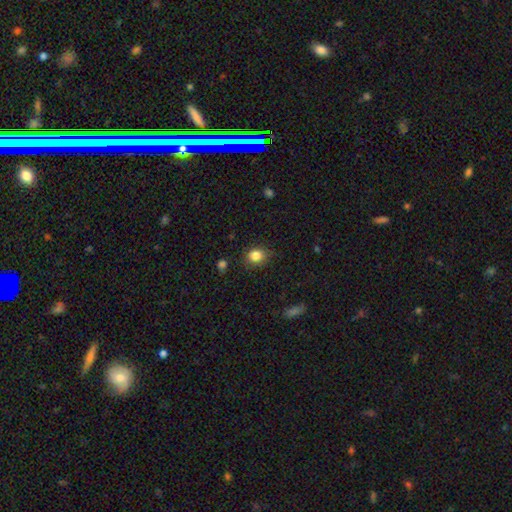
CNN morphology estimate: smooth_or_featured: smooth (p=0.83) [alt: star or artifact p=0.11]
how_rounded: round (p=0.62) [alt: in between p=0.37]
merging: none (p=0.82) [alt: minor disturbance p=0.14]